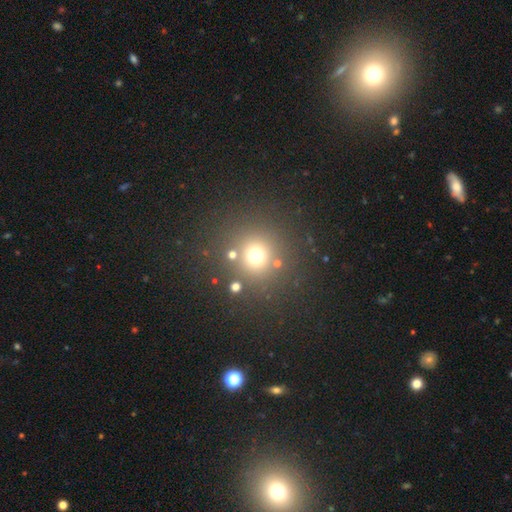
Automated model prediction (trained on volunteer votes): Q: Smooth or featured?
A: smooth (68%); runner-up: star or artifact (24%)
Q: How rounded?
A: round (91%); runner-up: in between (8%)
Q: Merging?
A: none (80%); runner-up: minor disturbance (8%)